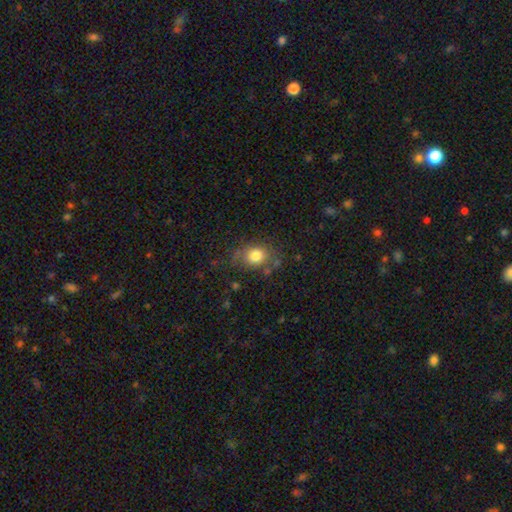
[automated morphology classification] A smooth galaxy with no disk features (78%) that is in between round and cigar-shaped (50%).

Vote fractions:
- Smooth or featured? smooth: 78% / featured or disk: 12% / star or artifact: 10%
- How rounded? in between: 50% / round: 48% / cigar-shaped: 1%
- Merging? none: 68% / minor disturbance: 21% / major disturbance: 8% / merger: 4%